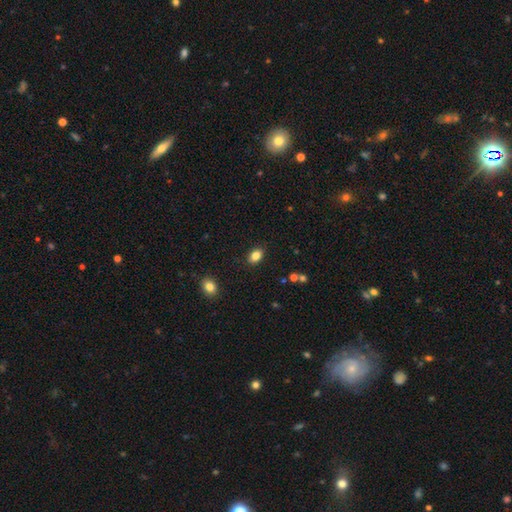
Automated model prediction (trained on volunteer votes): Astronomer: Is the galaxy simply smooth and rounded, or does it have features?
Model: smooth — 84%.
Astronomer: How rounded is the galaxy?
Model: in between — 80%.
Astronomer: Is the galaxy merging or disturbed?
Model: none — 88%.